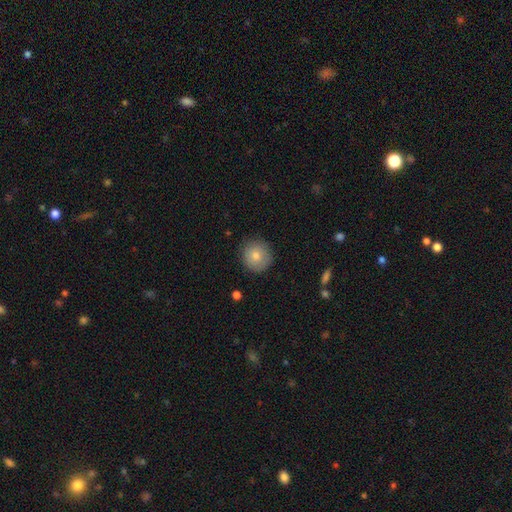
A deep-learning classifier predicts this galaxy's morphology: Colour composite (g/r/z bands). It shows a smooth galaxy with no disk features (78%) that is round (93%). Merging: none (85%).